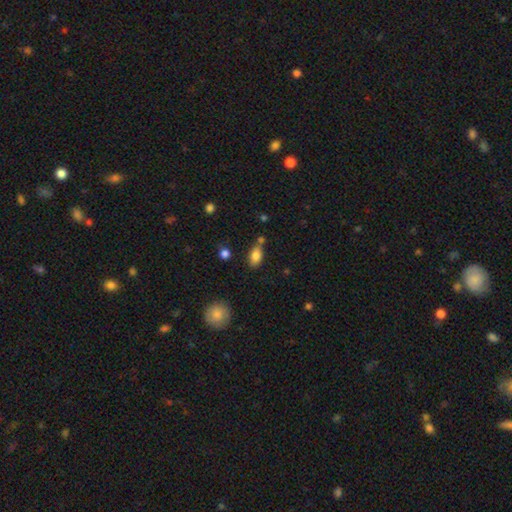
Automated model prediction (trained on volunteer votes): smooth-or-featured: smooth: 83% | star or artifact: 8% | featured or disk: 8%
  how-rounded: in between: 89% | round: 6% | cigar-shaped: 6%
  merging: none: 67% | minor disturbance: 16% | merger: 13% | major disturbance: 4%